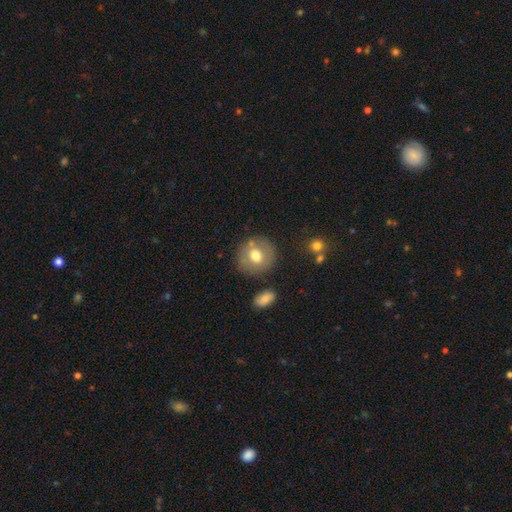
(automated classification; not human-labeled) Morphology: type=smooth (63%); roundness=round (88%); merging=none (80%).